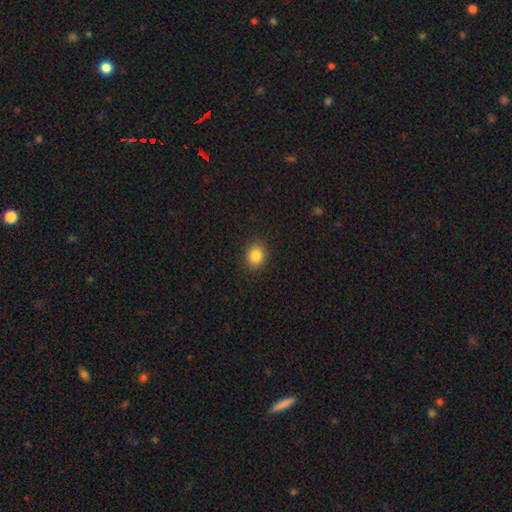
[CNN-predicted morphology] smooth_or_featured: smooth (p=0.84) [alt: star or artifact p=0.11]
how_rounded: round (p=0.66) [alt: in between p=0.33]
merging: none (p=0.90) [alt: minor disturbance p=0.07]